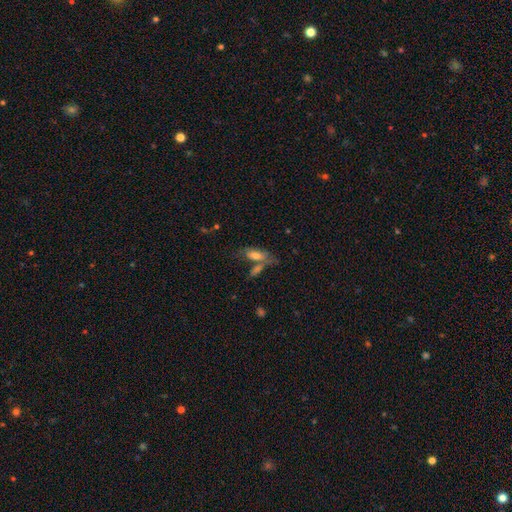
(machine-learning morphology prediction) smooth-or-featured: smooth: 68% | featured or disk: 23% | star or artifact: 8%
  how-rounded: in between: 69% | cigar-shaped: 28% | round: 3%
  merging: none: 43% | merger: 30% | minor disturbance: 18% | major disturbance: 9%